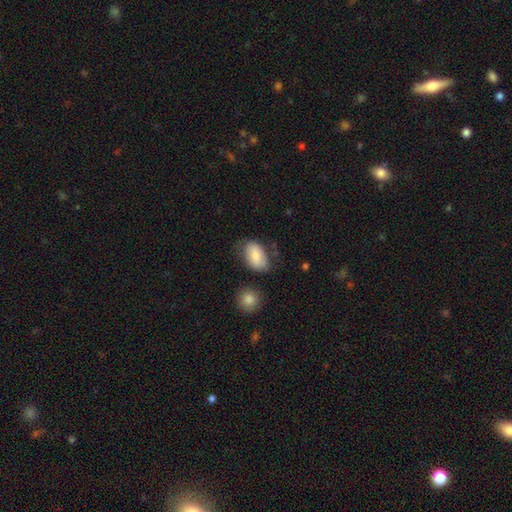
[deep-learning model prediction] Smooth or featured?
  - smooth: 81% *
  - featured or disk: 13%
  - star or artifact: 6%
How rounded?
  - in between: 91% *
  - round: 7%
  - cigar-shaped: 2%
Merging?
  - none: 61% *
  - minor disturbance: 25%
  - major disturbance: 9%
  - merger: 6%